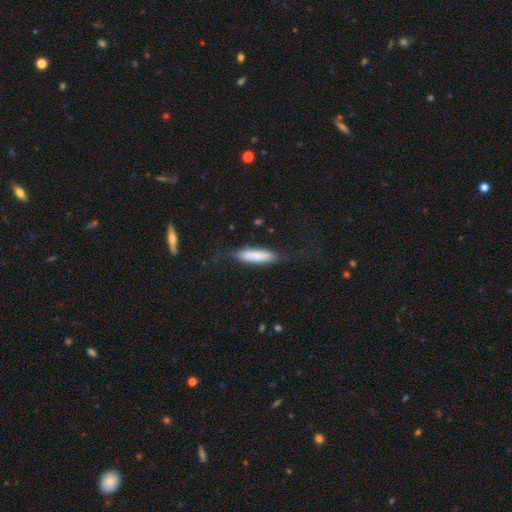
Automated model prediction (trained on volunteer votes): This is likely a smooth galaxy (70%). How rounded: likely cigar-shaped (72%). Merging: likely none (66%).